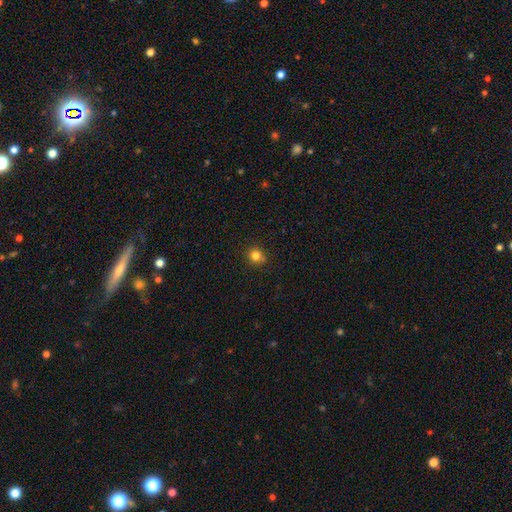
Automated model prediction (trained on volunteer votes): Morphology: type=smooth (82%); roundness=round (89%); merging=none (87%).